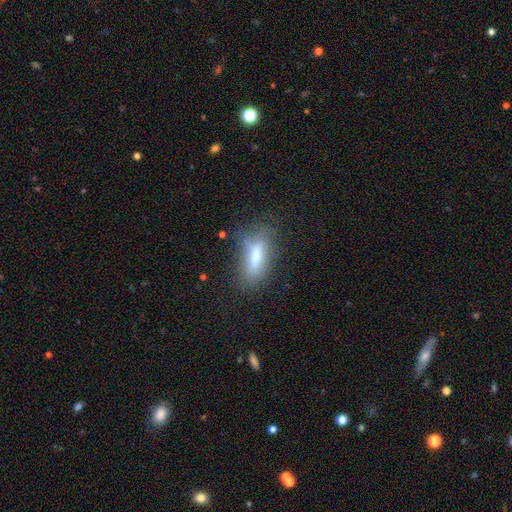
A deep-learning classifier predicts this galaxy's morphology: A smooth galaxy with no disk features (60%) that is in between round and cigar-shaped (72%).

Vote fractions:
- Smooth or featured? smooth: 60% / featured or disk: 29% / star or artifact: 11%
- How rounded? in between: 72% / cigar-shaped: 23% / round: 5%
- Merging? none: 62% / minor disturbance: 23% / major disturbance: 12% / merger: 3%